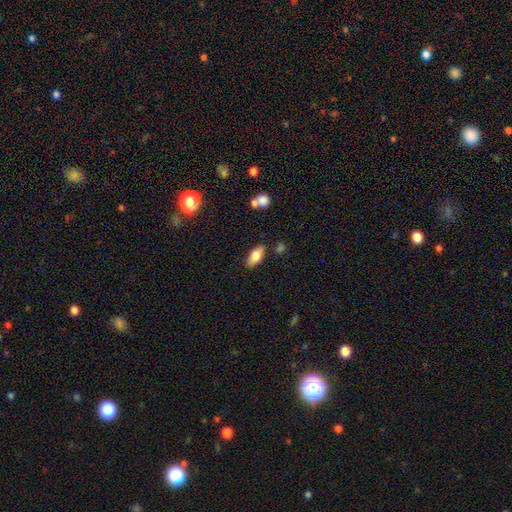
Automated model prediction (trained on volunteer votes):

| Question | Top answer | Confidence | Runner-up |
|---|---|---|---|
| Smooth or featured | smooth | 75% | featured or disk (17%) |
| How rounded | in between | 83% | cigar-shaped (14%) |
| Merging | none | 81% | minor disturbance (13%) |